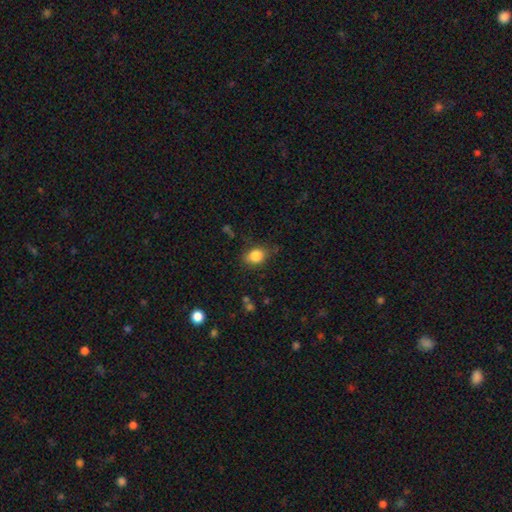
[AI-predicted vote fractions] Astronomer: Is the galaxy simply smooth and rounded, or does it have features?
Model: smooth — 84%.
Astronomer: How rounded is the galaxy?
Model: in between — 50% (runner-up: round, 49%).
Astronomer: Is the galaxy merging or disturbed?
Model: none — 70%.